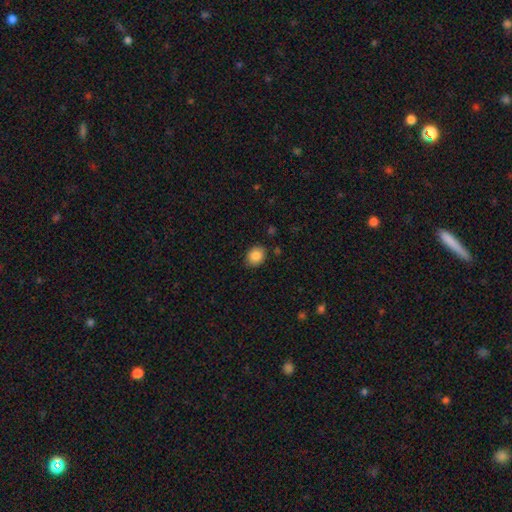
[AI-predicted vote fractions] Smooth or featured: smooth — 87% (star or artifact — 8%)
How rounded: round — 58% (in between — 42%)
Merging: none — 85% (minor disturbance — 10%)